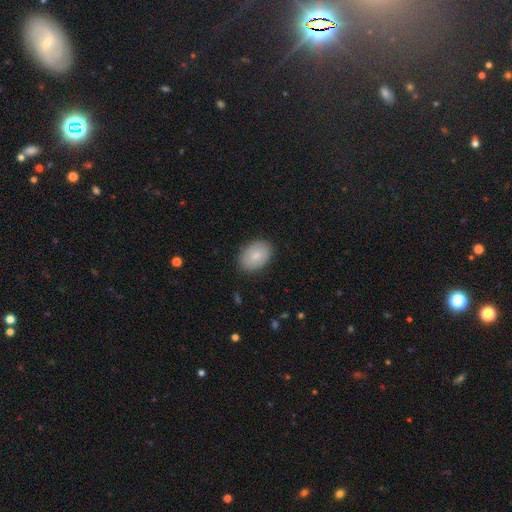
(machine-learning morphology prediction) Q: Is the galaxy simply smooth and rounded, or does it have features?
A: smooth — 79%.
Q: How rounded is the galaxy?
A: in between — 84%.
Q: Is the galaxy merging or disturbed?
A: none — 85%.